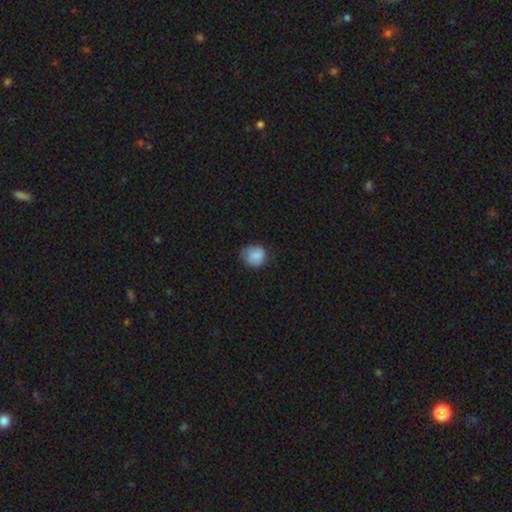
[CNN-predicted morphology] smooth_or_featured: smooth (p=0.86) [alt: star or artifact p=0.08]
how_rounded: round (p=0.79) [alt: in between p=0.20]
merging: none (p=0.72) [alt: minor disturbance p=0.22]